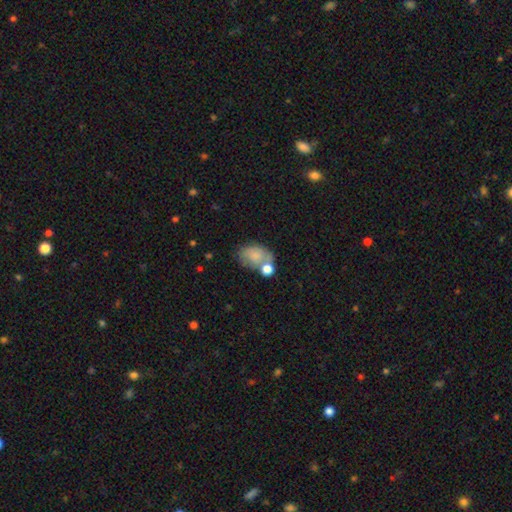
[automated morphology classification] smooth-or-featured: smooth: 73% | featured or disk: 18% | star or artifact: 9%
  how-rounded: in between: 81% | round: 18% | cigar-shaped: 1%
  merging: none: 40% | merger: 29% | minor disturbance: 21% | major disturbance: 10%